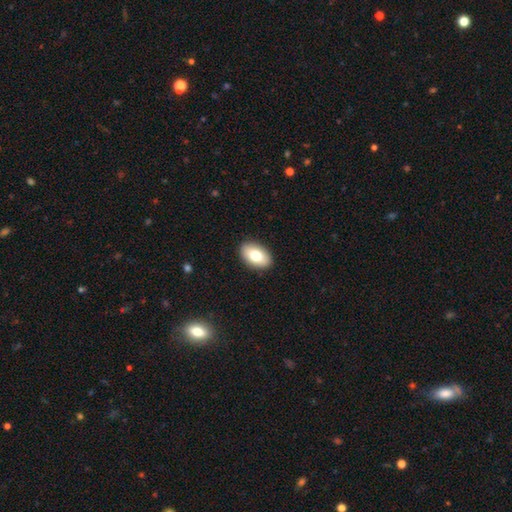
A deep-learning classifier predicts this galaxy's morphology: Smooth or featured? Predicted: smooth (p=0.78). How rounded? Predicted: in between (p=0.91). Merging? Predicted: none (p=0.90).